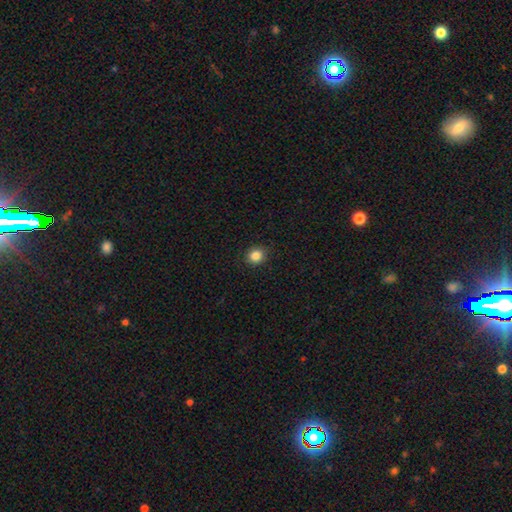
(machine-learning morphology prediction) Smooth or featured?
  - smooth: 85% *
  - star or artifact: 11%
  - featured or disk: 4%
How rounded?
  - round: 83% *
  - in between: 16%
  - cigar-shaped: 1%
Merging?
  - none: 90% *
  - minor disturbance: 7%
  - major disturbance: 2%
  - merger: 1%